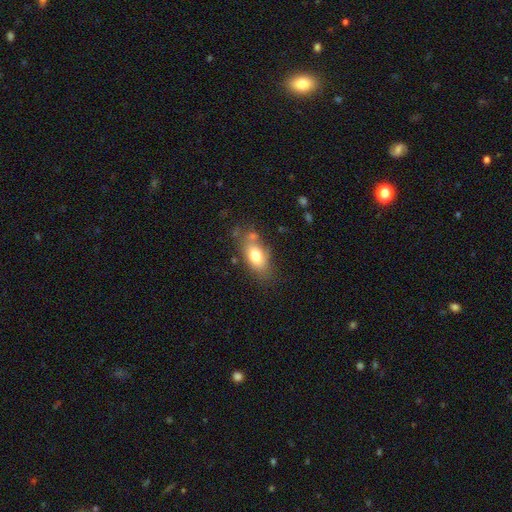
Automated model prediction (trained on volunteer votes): The model was most divided on "merging": none: 60%, minor disturbance: 23%, merger: 9%, major disturbance: 8%. More confident: how rounded — in between (85%); smooth or featured — smooth (74%).